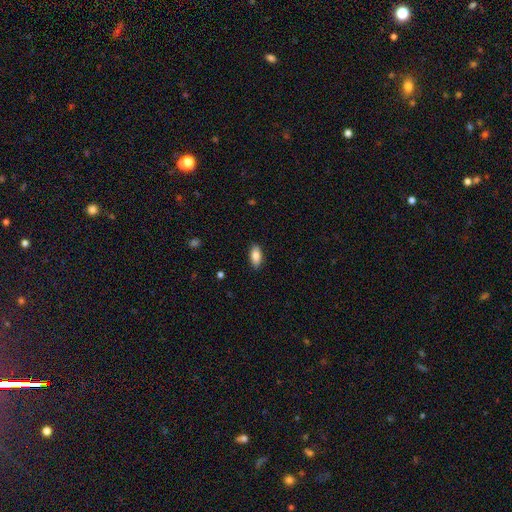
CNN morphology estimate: Smooth or featured: smooth — 83% (featured or disk — 10%)
How rounded: in between — 89% (cigar-shaped — 9%)
Merging: none — 89% (minor disturbance — 8%)